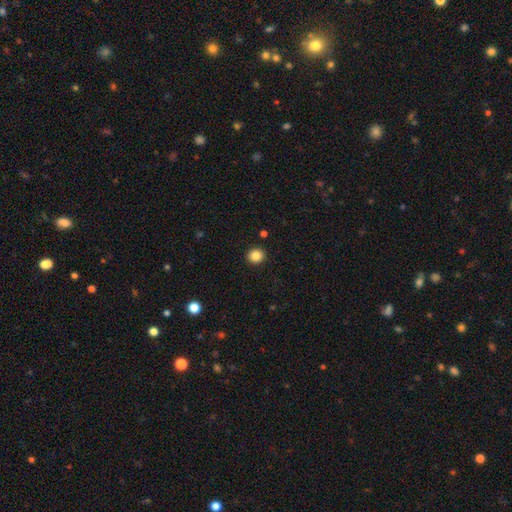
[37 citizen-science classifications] Smooth or featured? 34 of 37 (92%) said smooth. How rounded? 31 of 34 (91%) said round. Merging? 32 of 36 (89%) said none.